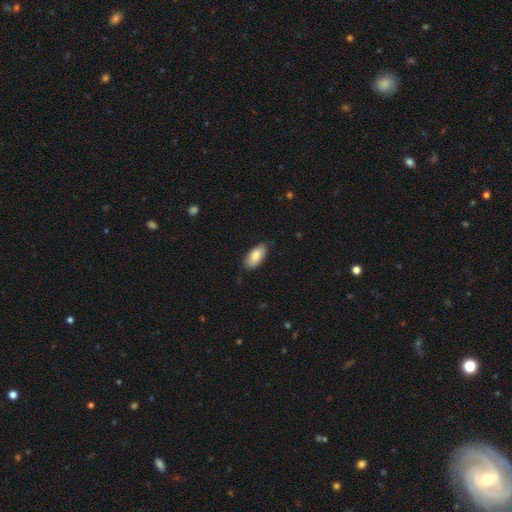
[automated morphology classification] Q: Smooth or featured?
A: smooth (84%); runner-up: featured or disk (11%)
Q: How rounded?
A: in between (92%); runner-up: cigar-shaped (6%)
Q: Merging?
A: none (78%); runner-up: minor disturbance (18%)